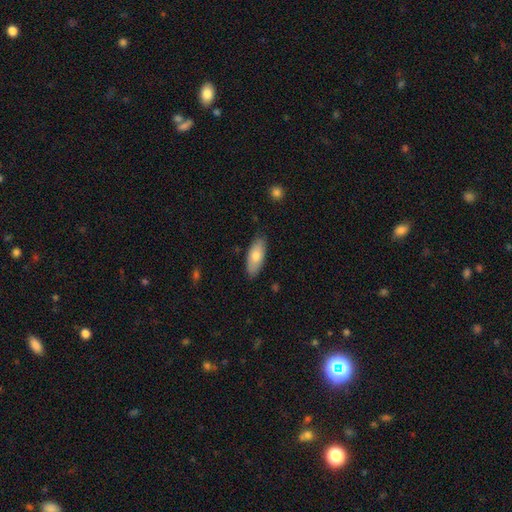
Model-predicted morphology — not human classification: type=smooth (76%); roundness=in between (83%); merging=none (84%).